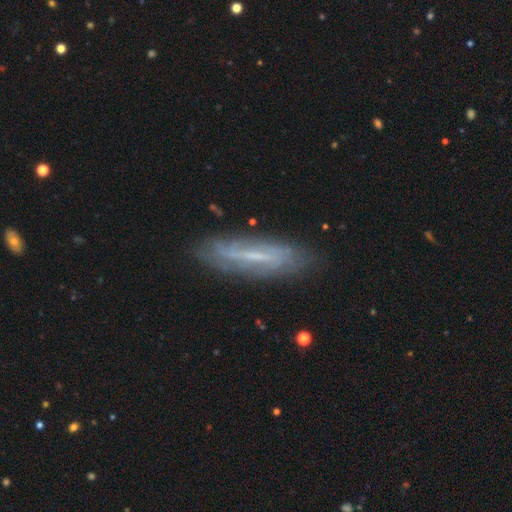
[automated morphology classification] This is likely a featured or disk galaxy (61%). It is possibly not viewed edge-on (55%). Merging: likely none (78%).